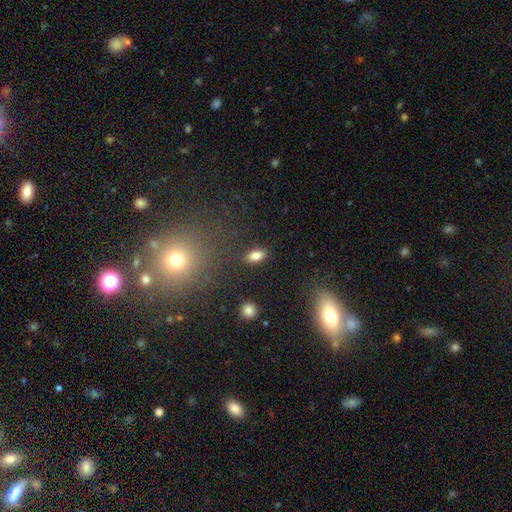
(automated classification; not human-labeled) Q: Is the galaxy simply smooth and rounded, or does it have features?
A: smooth — 83%.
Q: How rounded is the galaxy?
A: in between — 90%.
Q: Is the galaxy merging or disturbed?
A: none — 86%.